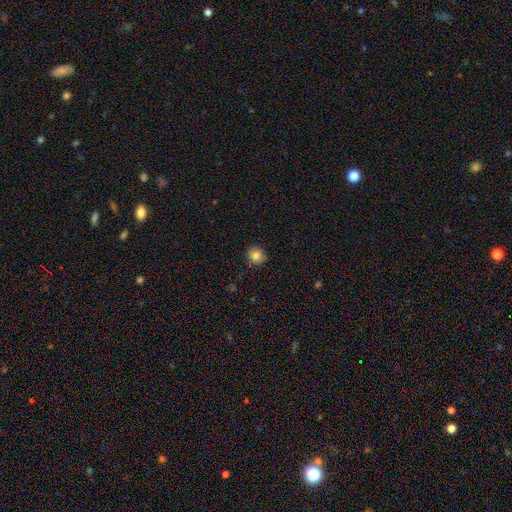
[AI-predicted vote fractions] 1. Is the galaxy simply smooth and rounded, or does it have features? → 82% smooth, 10% star or artifact, 7% featured or disk.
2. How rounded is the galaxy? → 81% round, 18% in between, 1% cigar-shaped.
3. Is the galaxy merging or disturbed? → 87% none, 10% minor disturbance, 2% major disturbance, 1% merger.